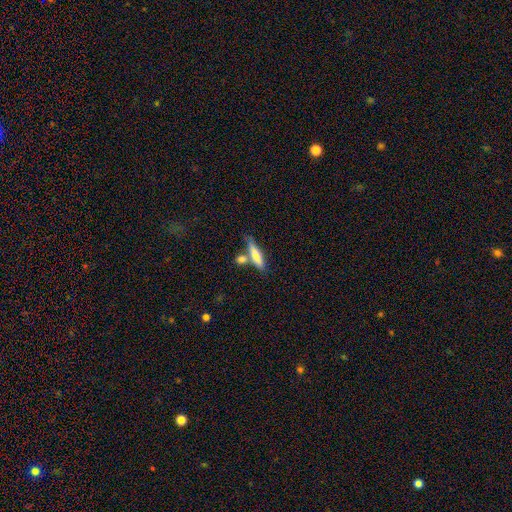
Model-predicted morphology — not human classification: A smooth galaxy with no disk features (74%) that is cigar-shaped (66%).

Vote fractions:
- Smooth or featured? smooth: 74% / featured or disk: 19% / star or artifact: 6%
- How rounded? cigar-shaped: 66% / in between: 31% / round: 3%
- Merging? none: 54% / merger: 26% / minor disturbance: 14% / major disturbance: 5%